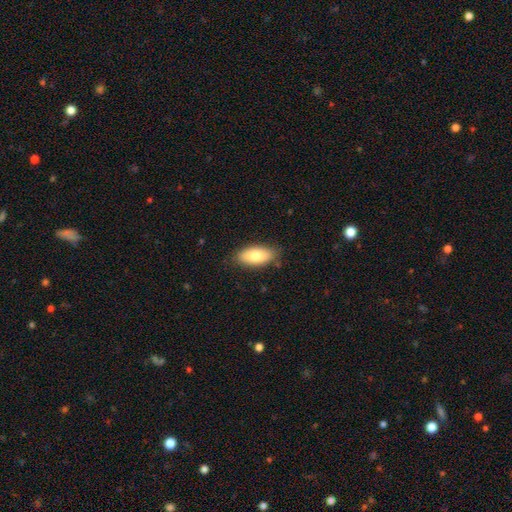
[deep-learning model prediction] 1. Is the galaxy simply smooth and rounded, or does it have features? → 79% smooth, 14% featured or disk, 6% star or artifact.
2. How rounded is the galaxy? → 88% in between, 9% cigar-shaped, 3% round.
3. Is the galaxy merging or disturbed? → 82% none, 14% minor disturbance, 3% major disturbance, 1% merger.